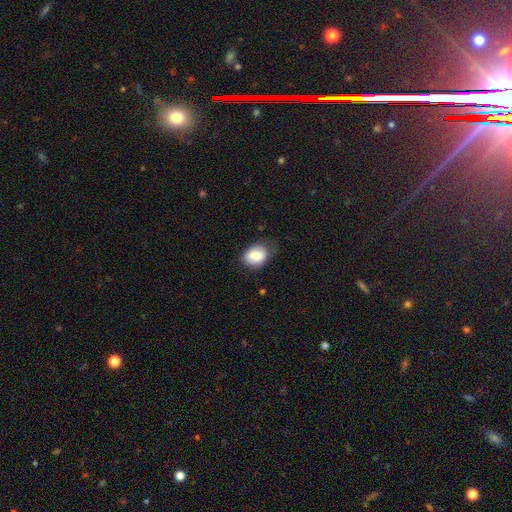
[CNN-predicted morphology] Smooth or featured? smooth (84%)
How rounded? in between (69%)
Merging? none (63%)